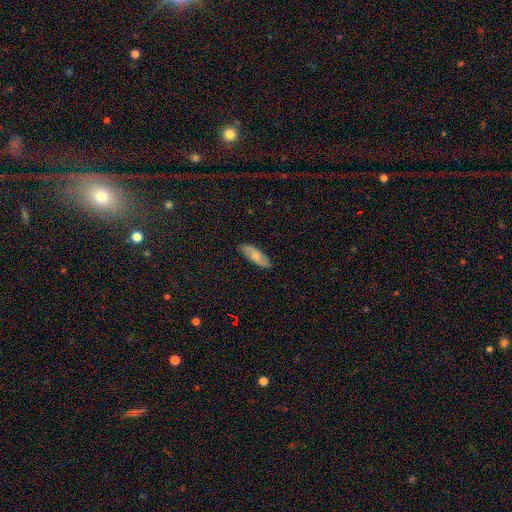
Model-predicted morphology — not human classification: The model was most divided on "smooth or featured": smooth: 53%, featured or disk: 40%, star or artifact: 7%. More confident: merging — none (85%); how rounded — in between (67%).